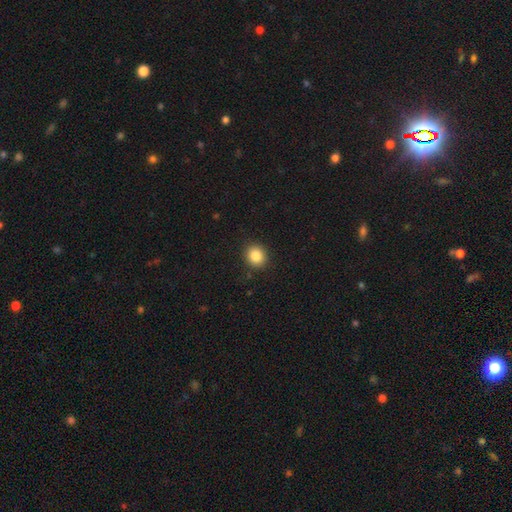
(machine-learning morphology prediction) This is clearly a smooth galaxy (85%). How rounded: likely round (76%). Merging: clearly none (90%).